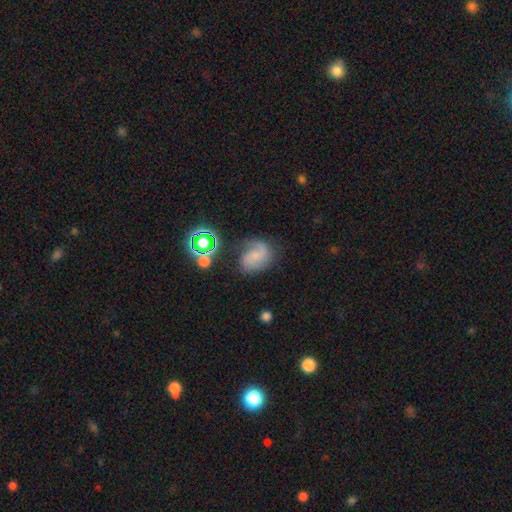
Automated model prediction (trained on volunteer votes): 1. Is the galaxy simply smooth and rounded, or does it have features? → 58% featured or disk, 29% smooth, 13% star or artifact.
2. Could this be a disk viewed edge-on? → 98% no, 2% yes.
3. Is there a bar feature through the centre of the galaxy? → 52% no, 39% weak, 9% strong.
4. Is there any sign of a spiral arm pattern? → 93% yes, 7% no.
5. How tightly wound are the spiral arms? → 43% medium, 38% loose, 19% tight.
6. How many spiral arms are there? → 66% 2, 22% 1, 8% can't tell, 2% 3, 1% 4, 1% more than 4.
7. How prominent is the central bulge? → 41% small, 37% none, 16% moderate, 3% large, 2% dominant.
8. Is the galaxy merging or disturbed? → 59% none, 23% minor disturbance, 14% major disturbance, 4% merger.